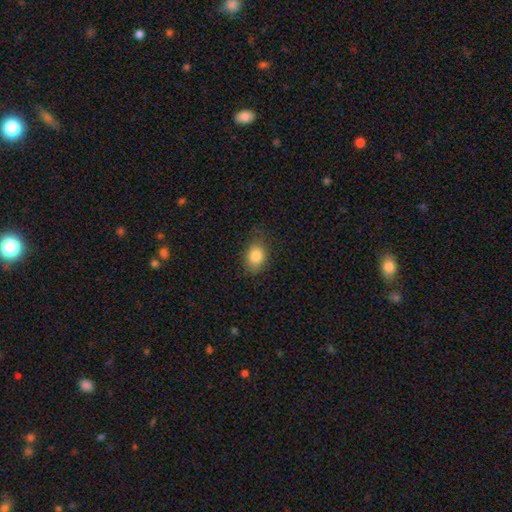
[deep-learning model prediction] Smooth or featured? smooth (83%)
How rounded? in between (72%)
Merging? none (76%)